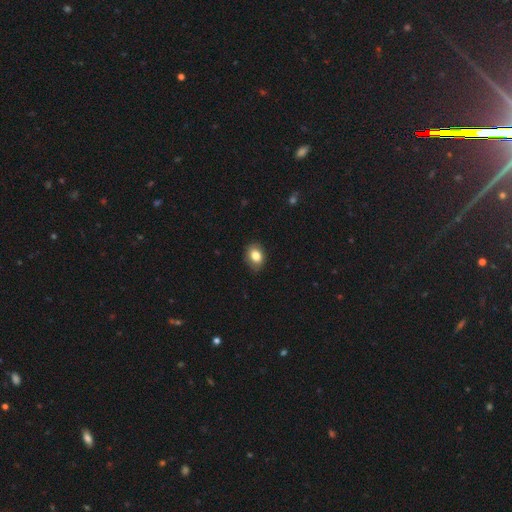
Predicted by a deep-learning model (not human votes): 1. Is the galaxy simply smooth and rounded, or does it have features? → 83% smooth, 9% star or artifact, 8% featured or disk.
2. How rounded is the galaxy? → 61% in between, 38% round, 1% cigar-shaped.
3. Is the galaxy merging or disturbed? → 83% none, 14% minor disturbance, 2% major disturbance, 1% merger.